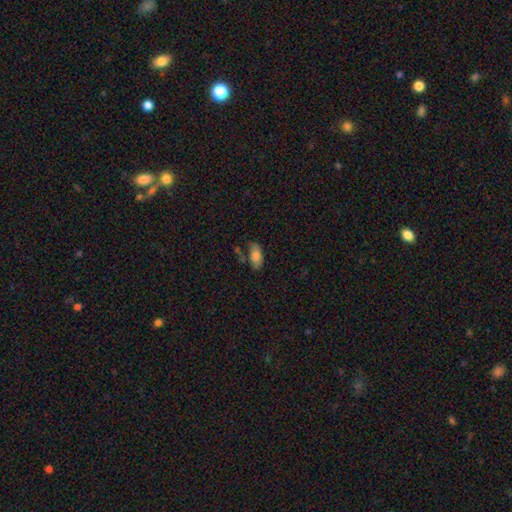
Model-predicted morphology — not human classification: A smooth galaxy with no disk features (78%) that is in between round and cigar-shaped (90%). Merging: none (60%).